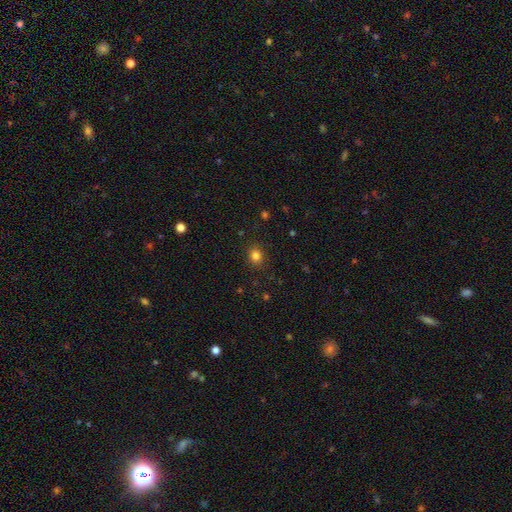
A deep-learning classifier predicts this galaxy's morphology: Q: Smooth or featured?
A: smooth (82%); runner-up: star or artifact (14%)
Q: How rounded?
A: round (72%); runner-up: in between (27%)
Q: Merging?
A: none (88%); runner-up: minor disturbance (9%)